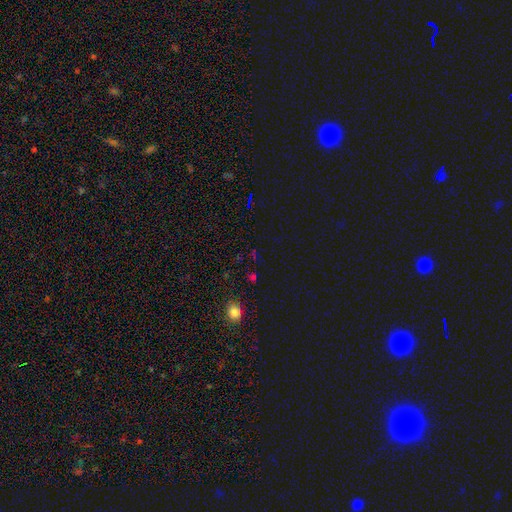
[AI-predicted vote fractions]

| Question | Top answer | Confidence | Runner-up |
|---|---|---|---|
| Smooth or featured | star or artifact | 61% | smooth (31%) |